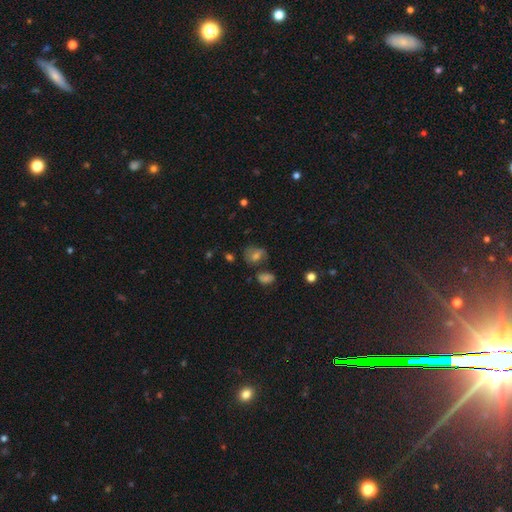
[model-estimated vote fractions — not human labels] This appears to be a smooth galaxy with no disk features (53%) that is in between round and cigar-shaped (53%). Merging: none (53%).